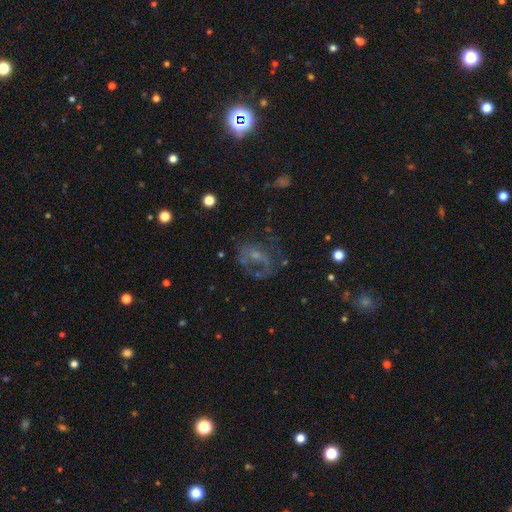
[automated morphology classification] Smooth or featured?
  - featured or disk: 55% *
  - smooth: 27%
  - star or artifact: 17%
Edge-on disk?
  - no: 96% *
  - yes: 4%
Bar?
  - no: 65% *
  - weak: 27%
  - strong: 7%
Spiral arms?
  - no: 57% *
  - yes: 43%
Bulge size?
  - small: 50% *
  - moderate: 27%
  - none: 19%
  - large: 3%
  - dominant: 1%
Merging?
  - none: 41% *
  - major disturbance: 36%
  - minor disturbance: 20%
  - merger: 4%